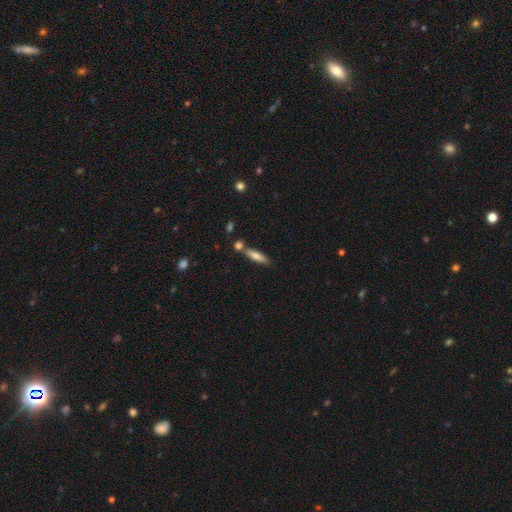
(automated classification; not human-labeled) Q: Smooth or featured?
A: smooth (72%); runner-up: featured or disk (21%)
Q: How rounded?
A: cigar-shaped (73%); runner-up: in between (25%)
Q: Merging?
A: none (68%); runner-up: merger (17%)